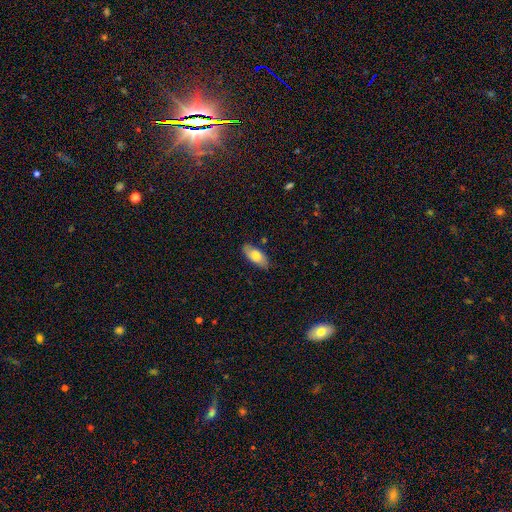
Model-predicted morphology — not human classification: smooth-or-featured: smooth: 77% | featured or disk: 16% | star or artifact: 6%
  how-rounded: in between: 88% | cigar-shaped: 10% | round: 2%
  merging: none: 82% | minor disturbance: 14% | major disturbance: 2% | merger: 1%